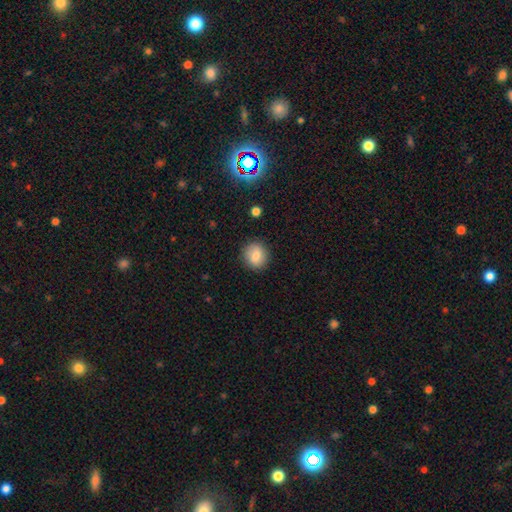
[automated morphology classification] Smooth or featured: smooth — 82% (star or artifact — 9%)
How rounded: round — 82% (in between — 17%)
Merging: none — 88% (minor disturbance — 8%)